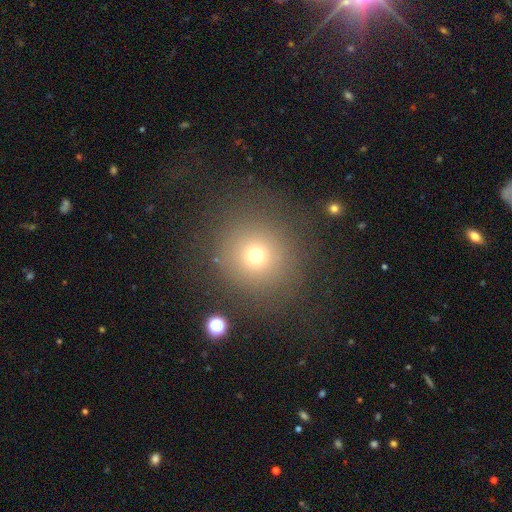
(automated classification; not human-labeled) Q: Smooth or featured?
A: smooth (69%); runner-up: star or artifact (19%)
Q: How rounded?
A: round (92%); runner-up: in between (7%)
Q: Merging?
A: none (80%); runner-up: minor disturbance (10%)